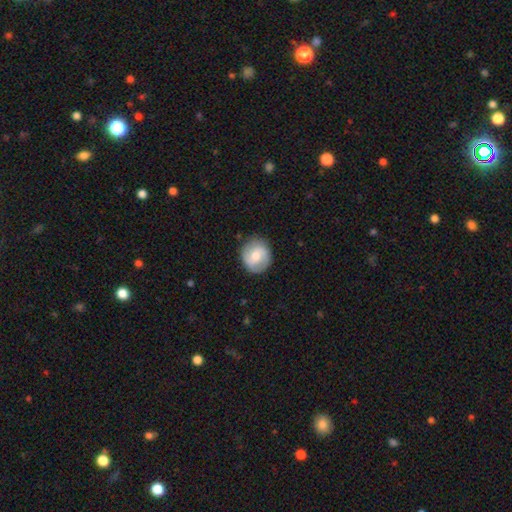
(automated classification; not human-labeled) This is possibly a featured or disk galaxy (54%). It is clearly not viewed edge-on (97%). Bar: possibly no (46%). Spiral arm pattern: clearly yes (84%). Central bulge: likely moderate (62%). Merging: clearly none (85%).